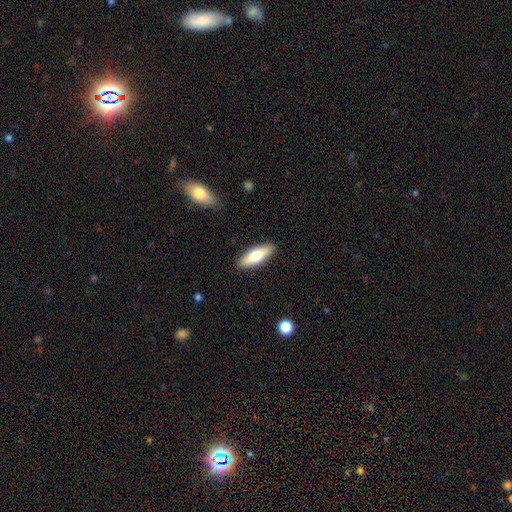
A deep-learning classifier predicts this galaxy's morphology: This is likely a smooth galaxy (65%). How rounded: possibly in between (59%). Merging: clearly none (89%).